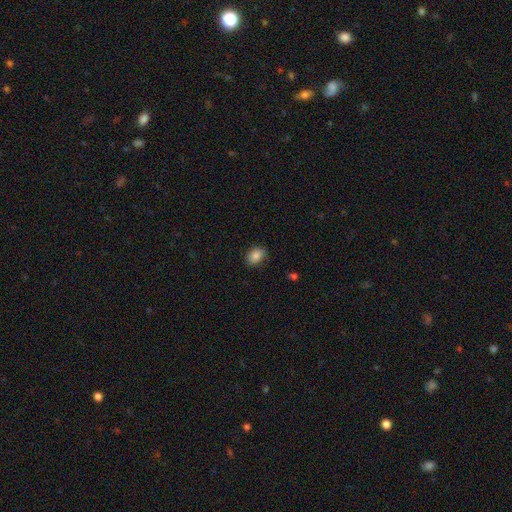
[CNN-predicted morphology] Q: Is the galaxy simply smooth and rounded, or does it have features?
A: smooth — 84%.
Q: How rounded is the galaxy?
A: in between — 71%.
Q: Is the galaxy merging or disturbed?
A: none — 83%.